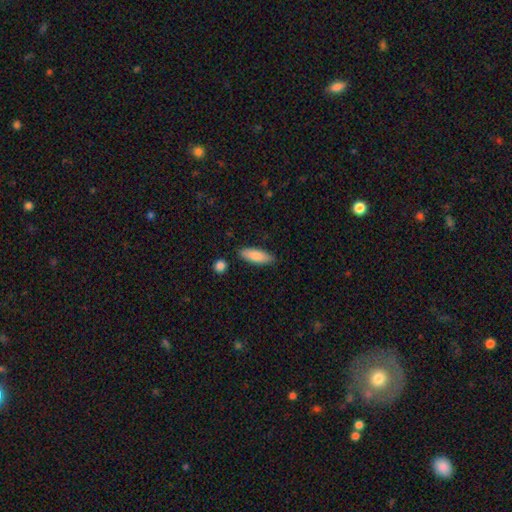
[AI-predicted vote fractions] Smooth or featured?
  - smooth: 84% *
  - featured or disk: 10%
  - star or artifact: 6%
How rounded?
  - in between: 60% *
  - cigar-shaped: 38%
  - round: 2%
Merging?
  - none: 85% *
  - minor disturbance: 10%
  - merger: 2%
  - major disturbance: 2%